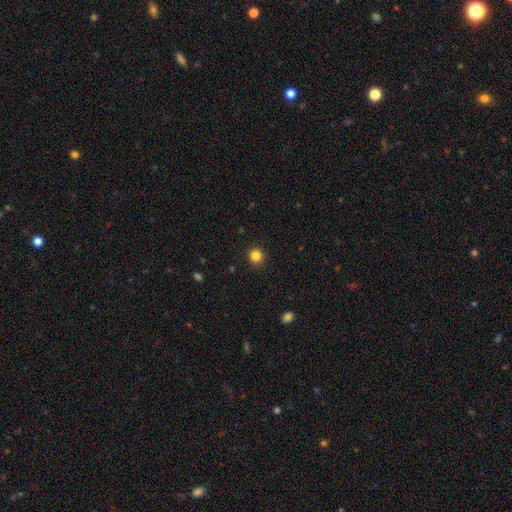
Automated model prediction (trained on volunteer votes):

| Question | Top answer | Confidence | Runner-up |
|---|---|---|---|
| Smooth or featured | smooth | 84% | star or artifact (12%) |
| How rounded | round | 94% | in between (5%) |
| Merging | none | 91% | minor disturbance (6%) |